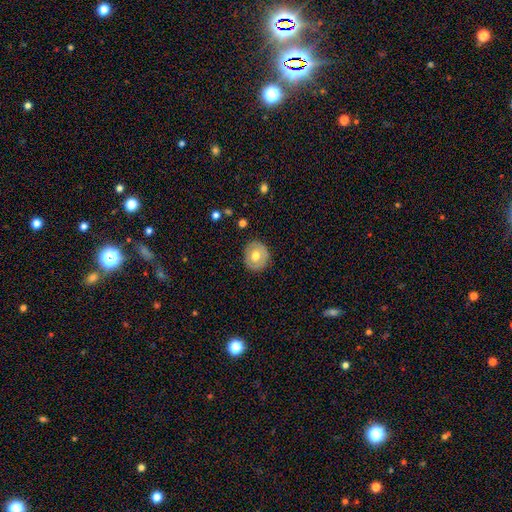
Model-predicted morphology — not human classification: Smooth or featured? Predicted: smooth (p=0.62). How rounded? Predicted: round (p=0.80). Merging? Predicted: none (p=0.85).